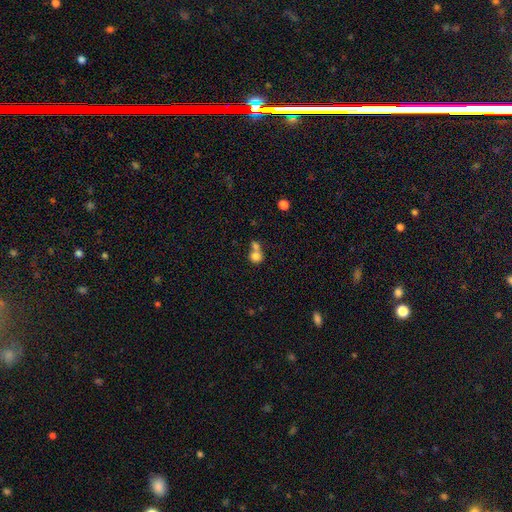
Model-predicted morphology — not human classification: Smooth or featured: smooth — 79% (featured or disk — 11%)
How rounded: round — 80% (in between — 19%)
Merging: merger — 57% (none — 32%)